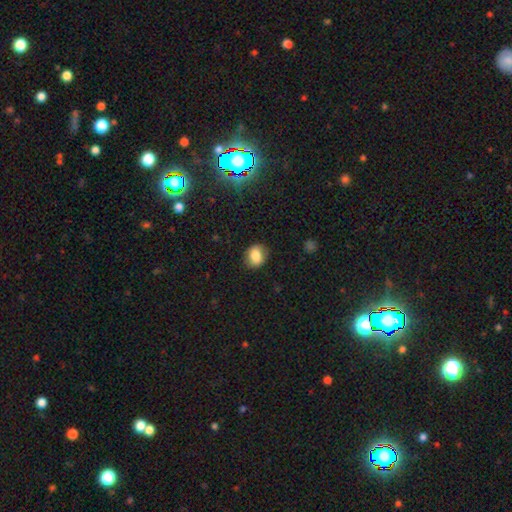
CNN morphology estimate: Q: Smooth or featured?
A: smooth (80%); runner-up: featured or disk (11%)
Q: How rounded?
A: in between (52%); runner-up: round (47%)
Q: Merging?
A: none (83%); runner-up: minor disturbance (13%)